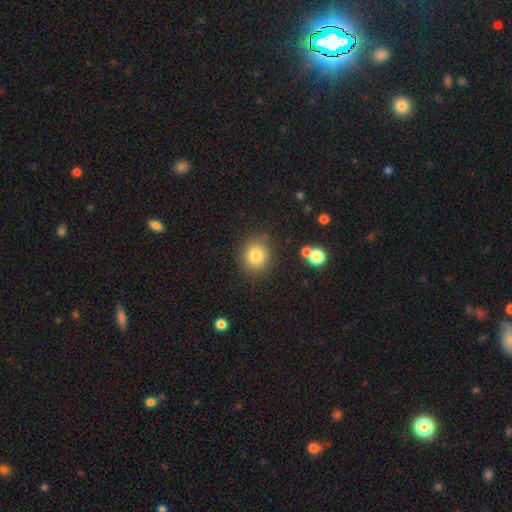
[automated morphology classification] Overall: smooth (82%). How rounded: round (82%). Merging: none (82%).